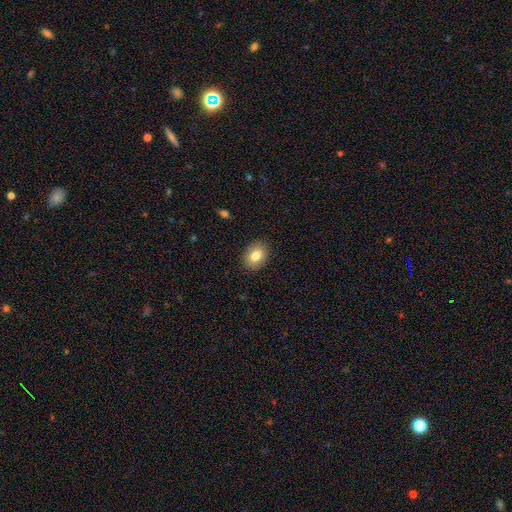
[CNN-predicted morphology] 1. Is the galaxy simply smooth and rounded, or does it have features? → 82% smooth, 10% featured or disk, 8% star or artifact.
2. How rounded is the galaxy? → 72% in between, 27% round, 1% cigar-shaped.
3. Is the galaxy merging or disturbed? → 88% none, 9% minor disturbance, 2% major disturbance, 1% merger.